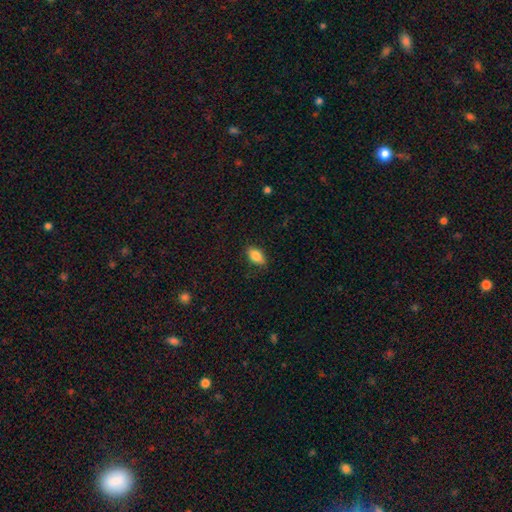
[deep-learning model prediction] Smooth or featured? Predicted: smooth (p=0.86). How rounded? Predicted: in between (p=0.90). Merging? Predicted: none (p=0.82).